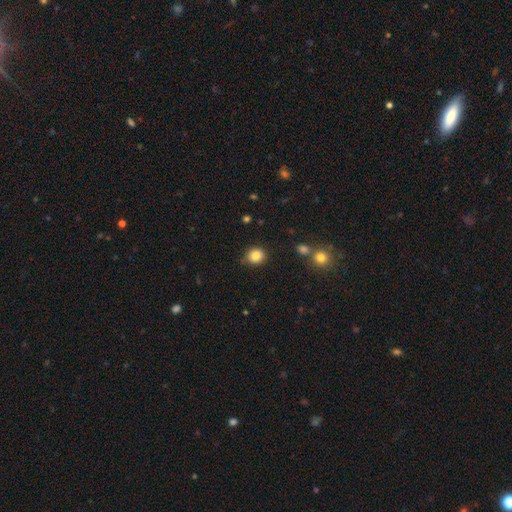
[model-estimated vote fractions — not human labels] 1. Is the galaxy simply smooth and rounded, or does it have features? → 86% smooth, 10% star or artifact, 4% featured or disk.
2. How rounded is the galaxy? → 76% round, 23% in between, 1% cigar-shaped.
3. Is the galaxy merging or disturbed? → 83% none, 12% minor disturbance, 3% major disturbance, 3% merger.